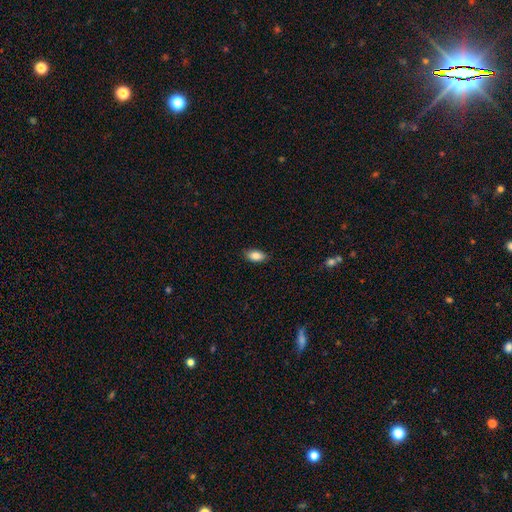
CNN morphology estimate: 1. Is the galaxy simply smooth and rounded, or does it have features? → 85% smooth, 7% featured or disk, 7% star or artifact.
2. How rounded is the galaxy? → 90% in between, 6% cigar-shaped, 4% round.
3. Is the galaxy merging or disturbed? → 86% none, 11% minor disturbance, 2% major disturbance, 1% merger.